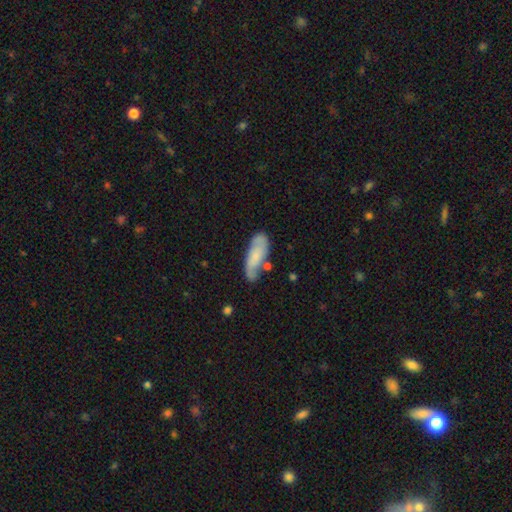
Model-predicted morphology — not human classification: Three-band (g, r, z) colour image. It shows a smooth galaxy with no disk features (50%) that is in between round and cigar-shaped (67%). Merging: none (58%).